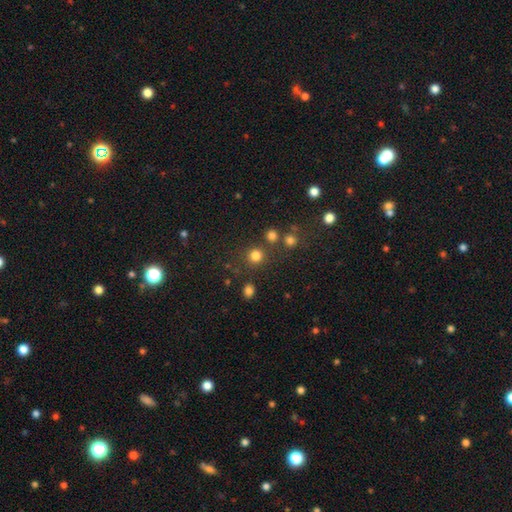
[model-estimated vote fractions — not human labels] Smooth or featured?
  - smooth: 79% *
  - star or artifact: 16%
  - featured or disk: 5%
How rounded?
  - round: 90% *
  - in between: 9%
  - cigar-shaped: 1%
Merging?
  - none: 77% *
  - merger: 11%
  - minor disturbance: 8%
  - major disturbance: 4%